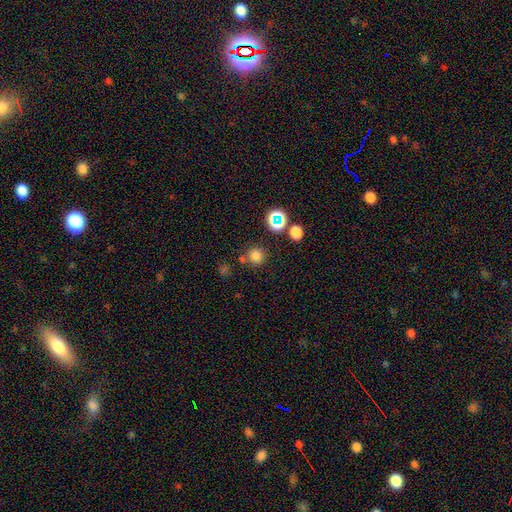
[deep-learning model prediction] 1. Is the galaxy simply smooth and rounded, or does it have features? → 75% smooth, 19% star or artifact, 6% featured or disk.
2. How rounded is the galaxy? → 92% round, 7% in between, 1% cigar-shaped.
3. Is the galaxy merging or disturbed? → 76% none, 11% merger, 9% minor disturbance, 4% major disturbance.